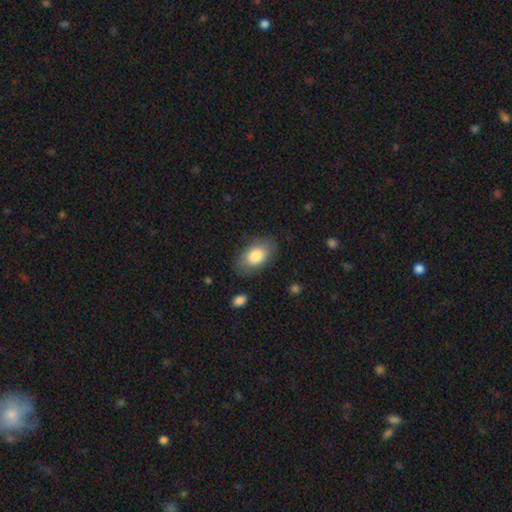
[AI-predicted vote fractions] Overall: smooth (82%). How rounded: in between (90%). Merging: none (80%).